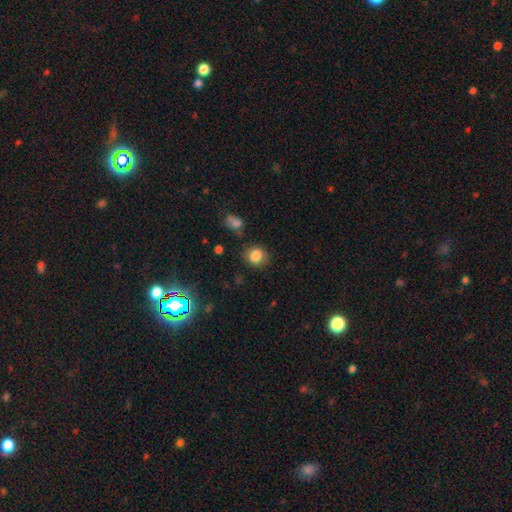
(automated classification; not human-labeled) smooth_or_featured: smooth (p=0.83) [alt: star or artifact p=0.11]
how_rounded: round (p=0.73) [alt: in between p=0.26]
merging: none (p=0.80) [alt: minor disturbance p=0.14]